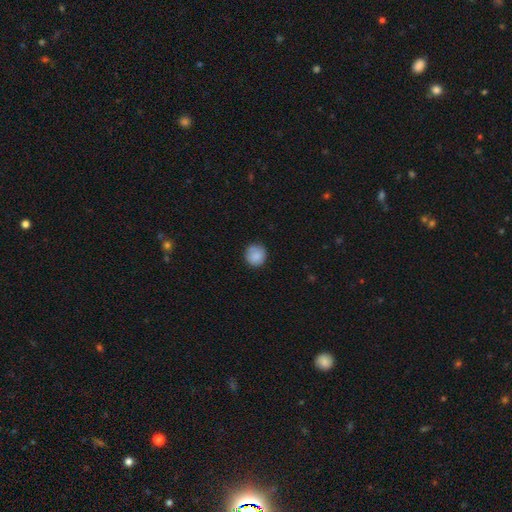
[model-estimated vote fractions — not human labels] Q: Smooth or featured?
A: smooth (86%); runner-up: star or artifact (8%)
Q: How rounded?
A: round (89%); runner-up: in between (10%)
Q: Merging?
A: none (80%); runner-up: minor disturbance (15%)